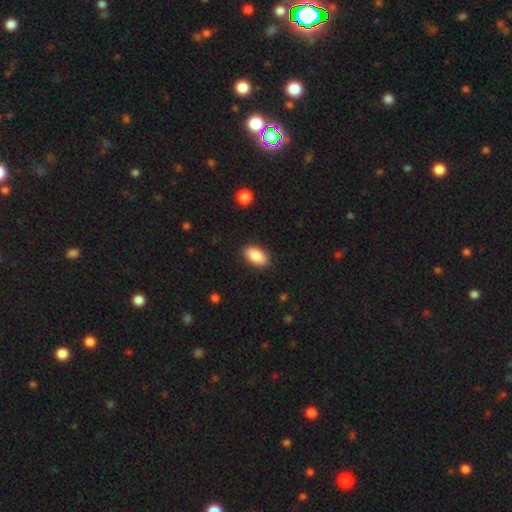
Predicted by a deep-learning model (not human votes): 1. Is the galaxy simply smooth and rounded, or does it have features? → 88% smooth, 7% star or artifact, 6% featured or disk.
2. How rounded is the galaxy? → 94% in between, 4% round, 3% cigar-shaped.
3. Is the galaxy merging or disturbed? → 89% none, 8% minor disturbance, 2% major disturbance, 1% merger.